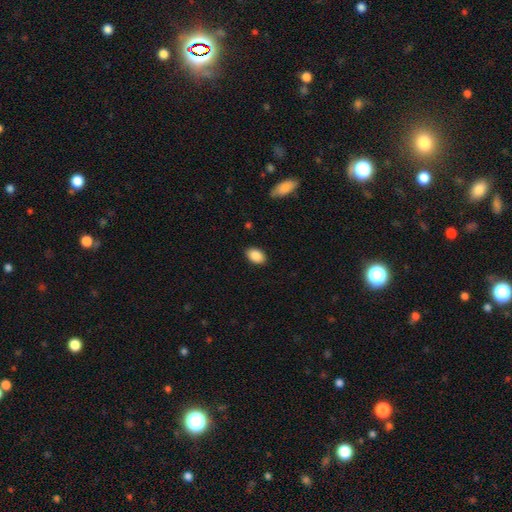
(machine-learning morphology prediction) Q: Smooth or featured?
A: smooth (89%); runner-up: star or artifact (7%)
Q: How rounded?
A: in between (89%); runner-up: round (10%)
Q: Merging?
A: none (89%); runner-up: minor disturbance (8%)